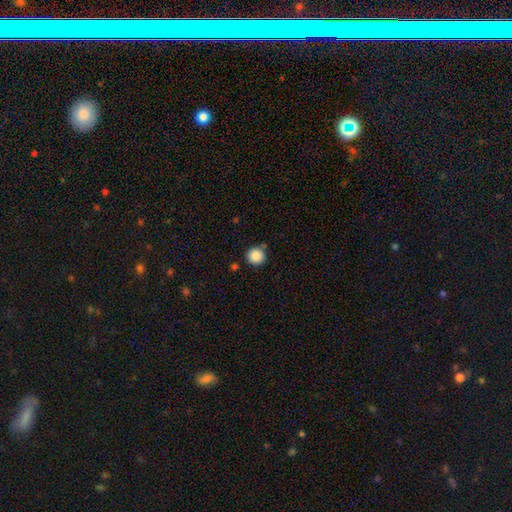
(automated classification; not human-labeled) Smooth or featured: smooth — 88% (star or artifact — 9%)
How rounded: round — 94% (in between — 5%)
Merging: none — 83% (minor disturbance — 9%)